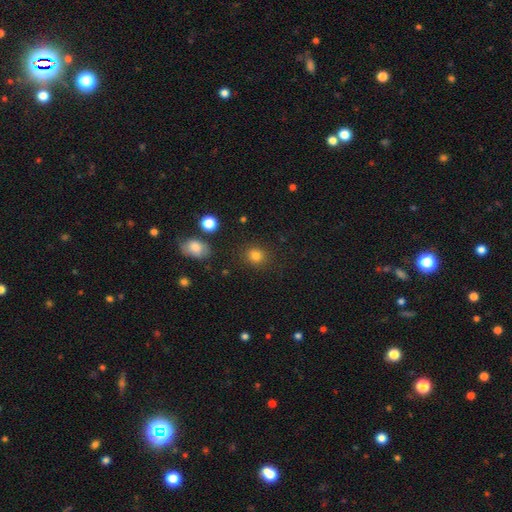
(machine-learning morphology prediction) Smooth or featured? smooth (81%)
How rounded? round (80%)
Merging? none (86%)